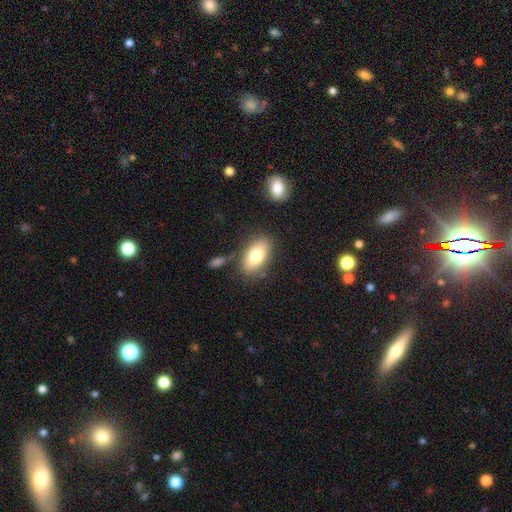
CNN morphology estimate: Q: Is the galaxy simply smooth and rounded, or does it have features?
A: smooth — 76%.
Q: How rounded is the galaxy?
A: in between — 91%.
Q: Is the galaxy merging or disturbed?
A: none — 76%.